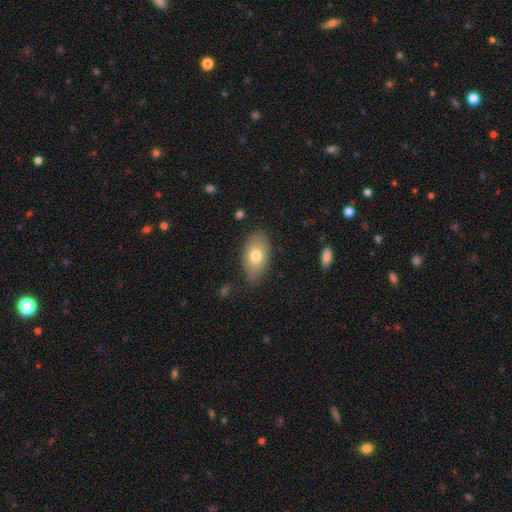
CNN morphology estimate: The model was most divided on "smooth or featured": smooth: 73%, featured or disk: 19%, star or artifact: 7%. More confident: how rounded — in between (92%); merging — none (79%).